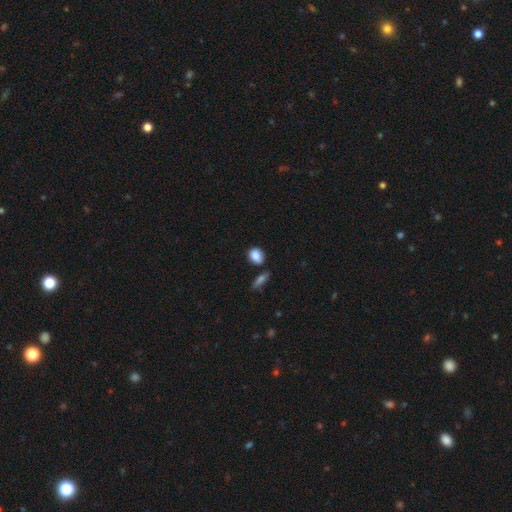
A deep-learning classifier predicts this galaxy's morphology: smooth_or_featured: smooth (p=0.86) [alt: star or artifact p=0.08]
how_rounded: round (p=0.50) [alt: in between p=0.47]
merging: none (p=0.73) [alt: minor disturbance p=0.14]